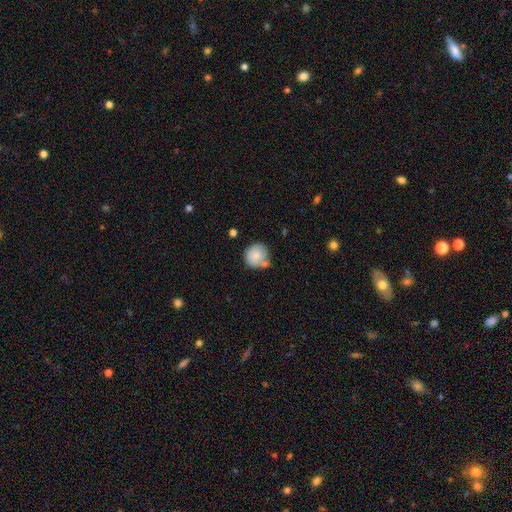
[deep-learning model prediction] Smooth or featured? smooth (83%)
How rounded? round (89%)
Merging? none (60%)